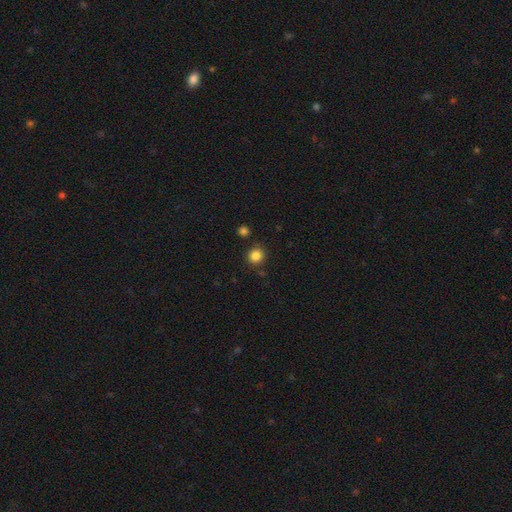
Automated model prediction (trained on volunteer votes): This appears to be a smooth galaxy with no disk features (84%) that is round (91%). Merging: none (86%).